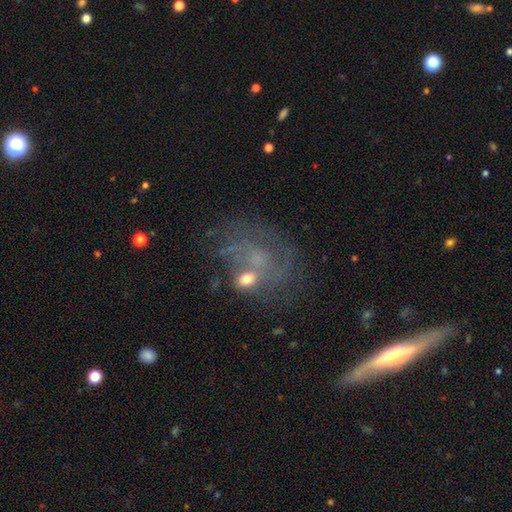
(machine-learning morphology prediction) Smooth or featured? Predicted: featured or disk (p=0.65). Edge-on disk? Predicted: no (p=0.92). Bar? Predicted: no (p=0.74). Spiral arms? Predicted: yes (p=0.63). Bulge size? Predicted: small (p=0.46). Merging? Predicted: none (p=0.54).